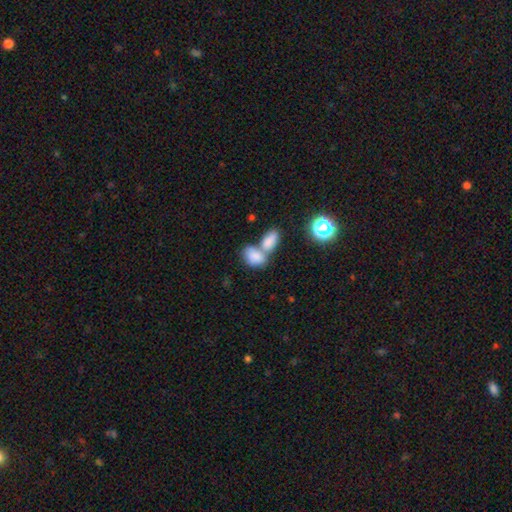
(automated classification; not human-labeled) This is clearly a smooth galaxy (82%). How rounded: clearly in between (89%). Merging: likely merger (63%).